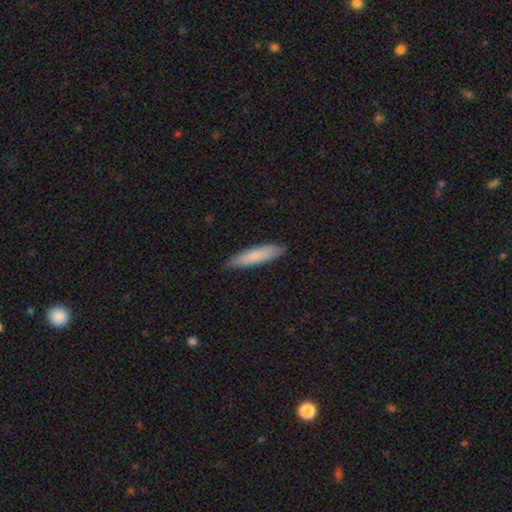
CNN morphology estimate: Smooth or featured? Predicted: smooth (p=0.82). How rounded? Predicted: cigar-shaped (p=0.79). Merging? Predicted: none (p=0.87).